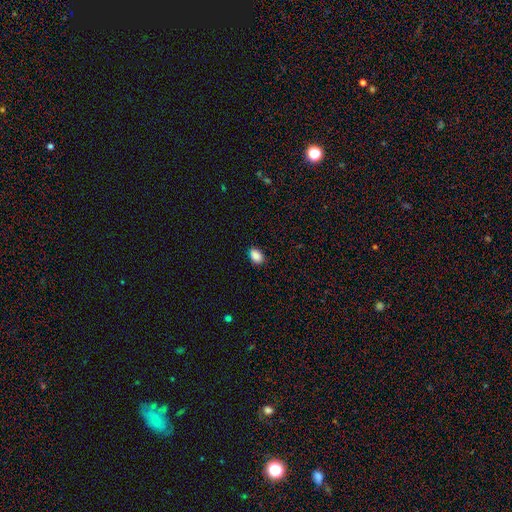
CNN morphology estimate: Smooth or featured?
  - smooth: 88% *
  - star or artifact: 9%
  - featured or disk: 3%
How rounded?
  - in between: 81% *
  - round: 18%
  - cigar-shaped: 1%
Merging?
  - none: 80% *
  - minor disturbance: 16%
  - major disturbance: 3%
  - merger: 1%